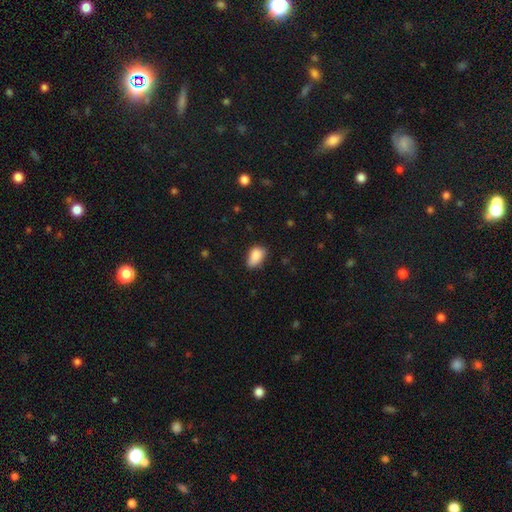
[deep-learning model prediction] smooth-or-featured: smooth: 86% | star or artifact: 8% | featured or disk: 6%
  how-rounded: in between: 88% | round: 9% | cigar-shaped: 2%
  merging: none: 59% | minor disturbance: 33% | major disturbance: 6% | merger: 2%